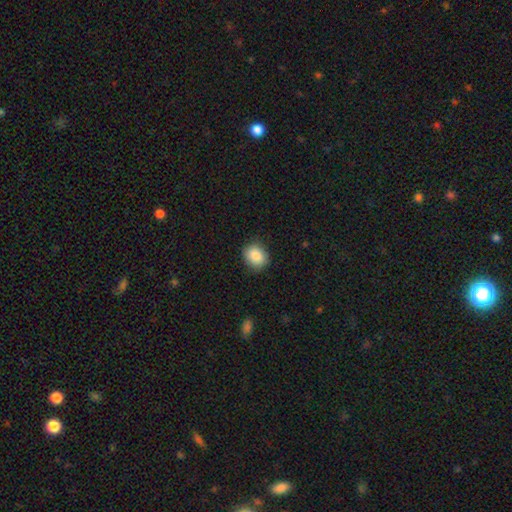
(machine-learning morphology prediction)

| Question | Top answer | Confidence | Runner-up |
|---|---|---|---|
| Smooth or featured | smooth | 87% | star or artifact (8%) |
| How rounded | round | 57% | in between (42%) |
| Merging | none | 85% | minor disturbance (12%) |